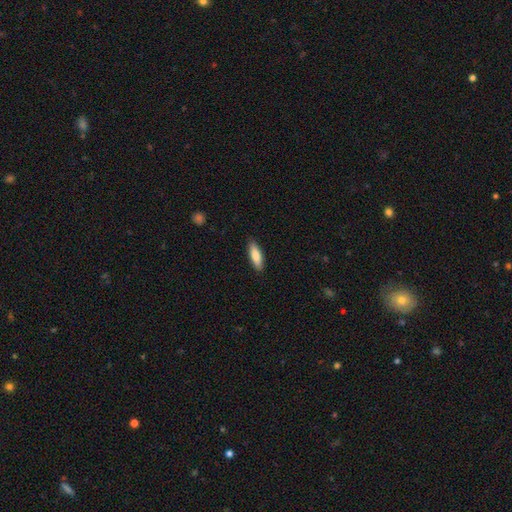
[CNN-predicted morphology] This is clearly a smooth galaxy (81%). How rounded: possibly in between (50%). Merging: clearly none (88%).